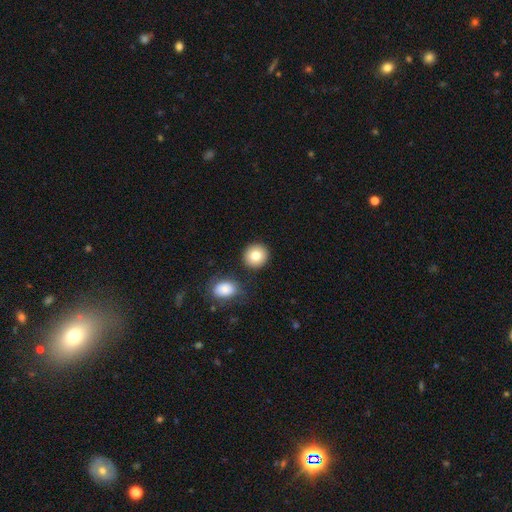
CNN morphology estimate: A smooth galaxy with no disk features (83%) that is round (89%). Merging: none (84%).